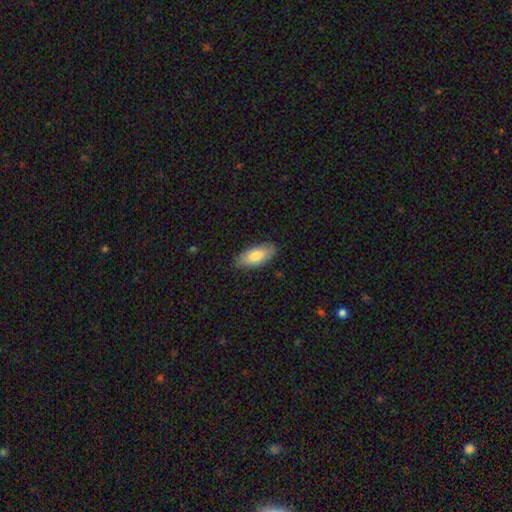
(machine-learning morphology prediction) smooth 80%, featured or disk 14%, star or artifact 6%. Down the decision tree: how rounded — in between (88%); merging — none (84%).